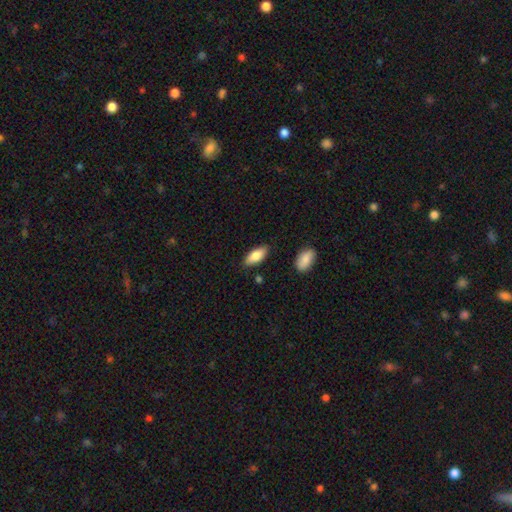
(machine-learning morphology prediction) Overall: smooth (83%). How rounded: in between (84%). Merging: none (83%).